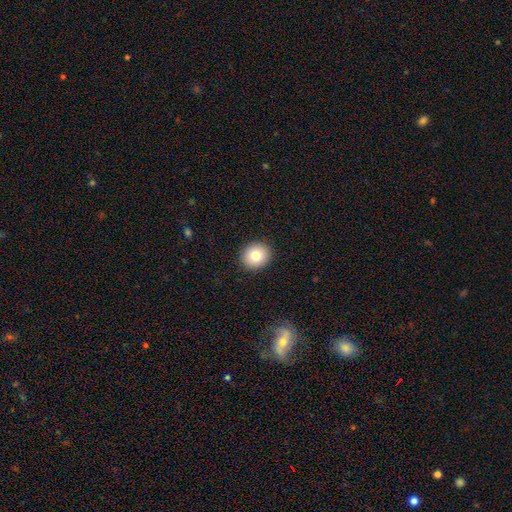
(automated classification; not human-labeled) This appears to be a smooth galaxy with no disk features (79%) that is round (79%). Merging: none (91%).